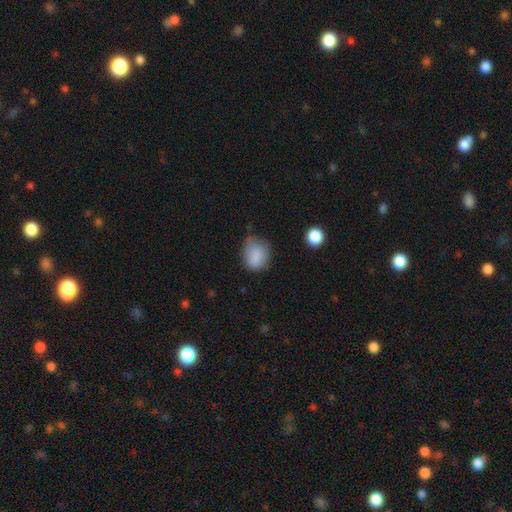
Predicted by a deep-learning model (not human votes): The model was most divided on "how rounded": round: 51%, in between: 48%, cigar-shaped: 1%. More confident: smooth or featured — smooth (83%); merging — none (51%).